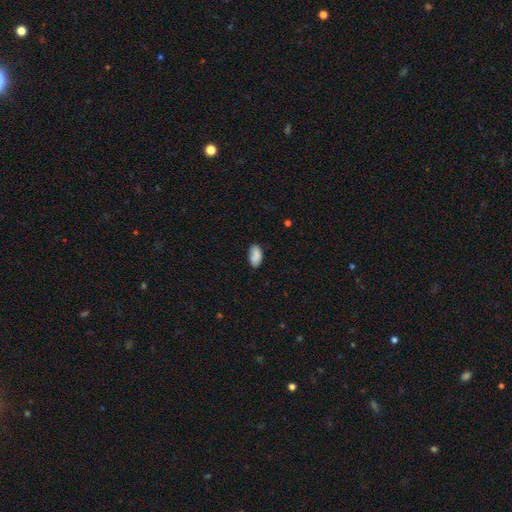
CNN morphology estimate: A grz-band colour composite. It shows a smooth galaxy with no disk features (85%) that is in between round and cigar-shaped (94%). Merging: none (73%).